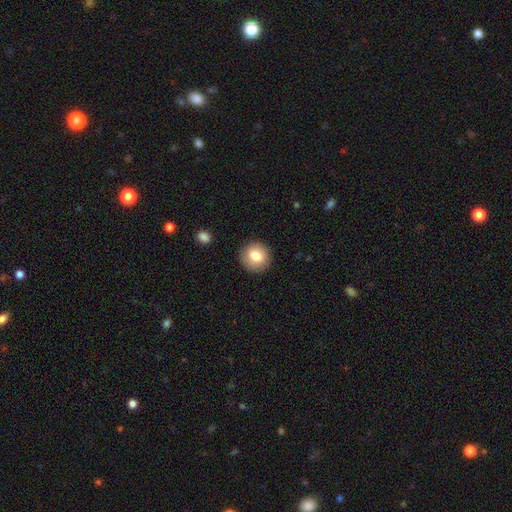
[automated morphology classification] A smooth galaxy with no disk features (80%) that is round (89%).

Vote fractions:
- Smooth or featured? smooth: 80% / featured or disk: 12% / star or artifact: 9%
- How rounded? round: 89% / in between: 10% / cigar-shaped: 1%
- Merging? none: 89% / minor disturbance: 7% / major disturbance: 2% / merger: 1%